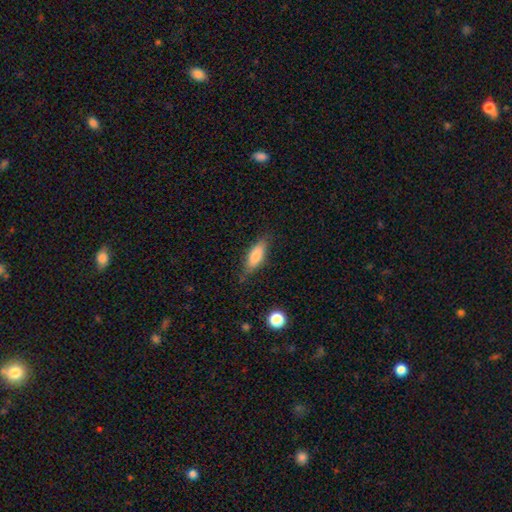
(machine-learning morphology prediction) Smooth or featured? smooth (78%)
How rounded? in between (61%)
Merging? none (75%)